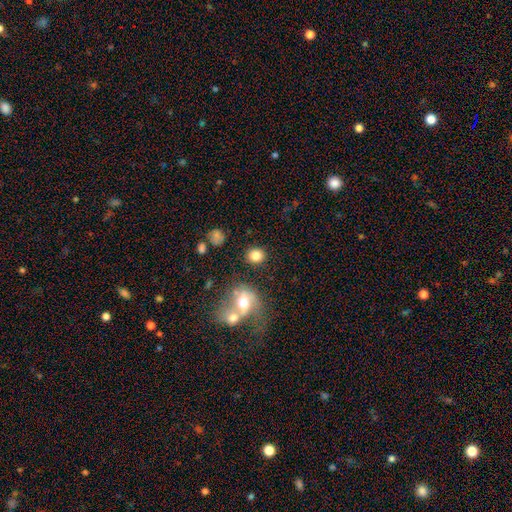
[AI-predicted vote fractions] A smooth galaxy with no disk features (81%) that is round (76%). Merging: none (79%).